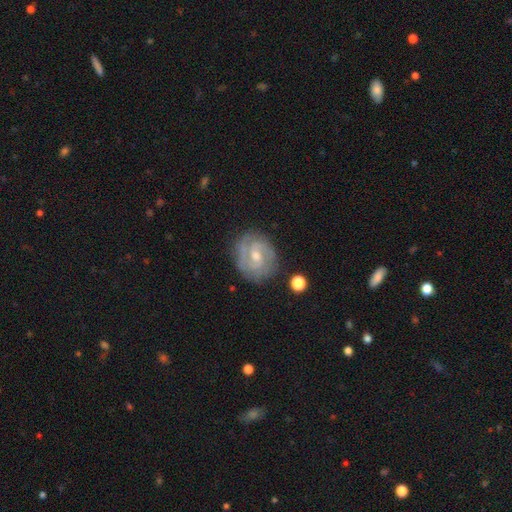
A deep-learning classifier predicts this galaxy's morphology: Smooth or featured: featured or disk — 79% (smooth — 14%)
Edge-on disk: no — 97% (yes — 3%)
Bar: weak — 51% (no — 36%)
Spiral arms: yes — 92% (no — 8%)
Spiral winding: tight — 58% (medium — 34%)
Spiral arm count: 2 — 53% (can't tell — 23%)
Bulge size: moderate — 49% (small — 45%)
Merging: none — 77% (minor disturbance — 16%)